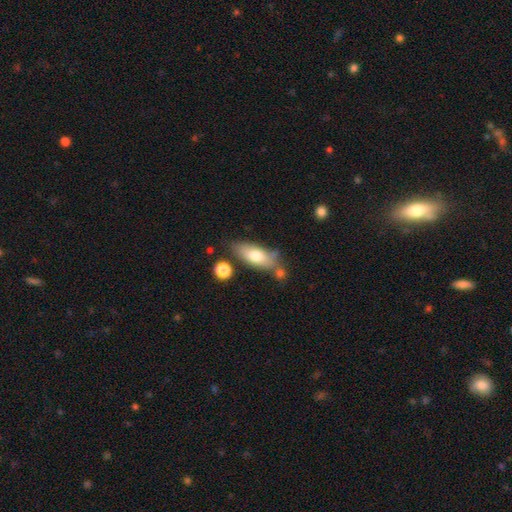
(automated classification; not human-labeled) A smooth galaxy with no disk features (70%) that is in between round and cigar-shaped (73%).

Vote fractions:
- Smooth or featured? smooth: 70% / featured or disk: 23% / star or artifact: 7%
- How rounded? in between: 73% / cigar-shaped: 24% / round: 3%
- Merging? none: 66% / minor disturbance: 18% / merger: 11% / major disturbance: 5%